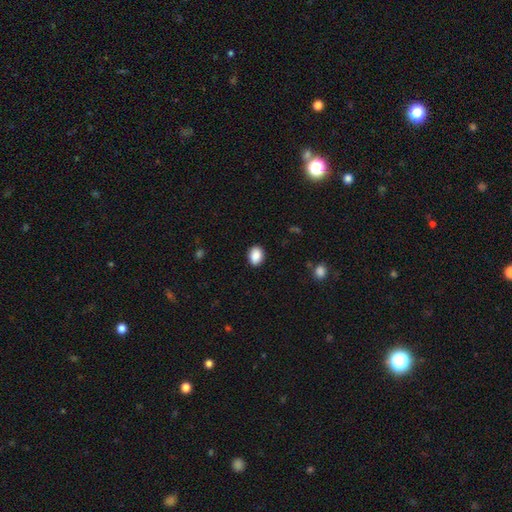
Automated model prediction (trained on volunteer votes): smooth_or_featured: smooth (p=0.89) [alt: star or artifact p=0.08]
how_rounded: in between (p=0.70) [alt: round p=0.29]
merging: none (p=0.88) [alt: minor disturbance p=0.09]